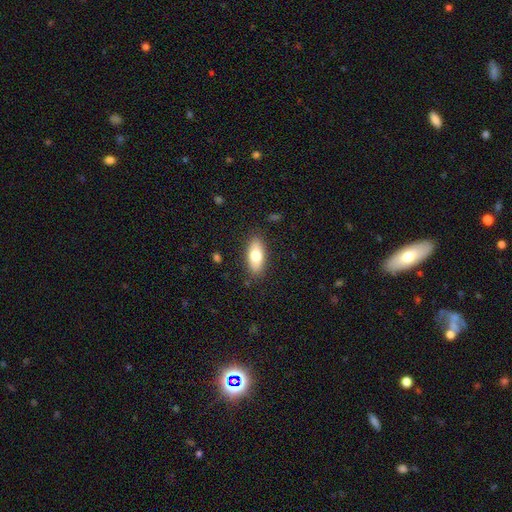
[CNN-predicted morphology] Smooth or featured: smooth — 75% (featured or disk — 18%)
How rounded: in between — 83% (cigar-shaped — 14%)
Merging: none — 86% (minor disturbance — 10%)